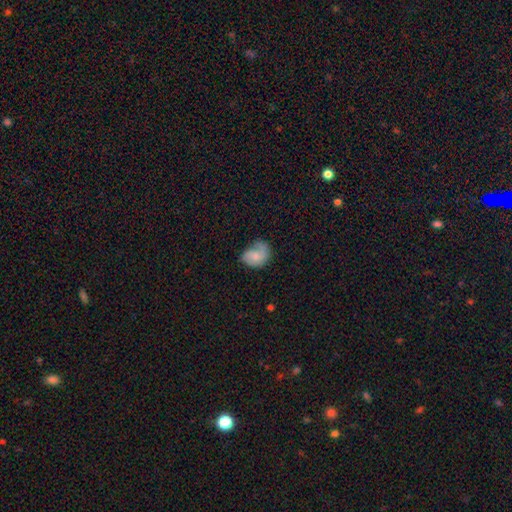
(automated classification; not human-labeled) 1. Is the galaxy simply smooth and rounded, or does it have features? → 56% smooth, 36% featured or disk, 8% star or artifact.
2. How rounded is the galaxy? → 60% in between, 39% round, 1% cigar-shaped.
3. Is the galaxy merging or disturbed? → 40% none, 32% minor disturbance, 25% major disturbance, 3% merger.